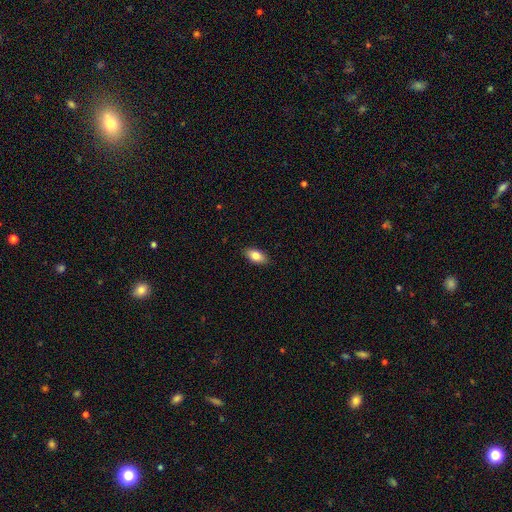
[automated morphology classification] The model was most divided on "smooth or featured": smooth: 83%, featured or disk: 10%, star or artifact: 7%. More confident: how rounded — in between (91%); merging — none (89%).